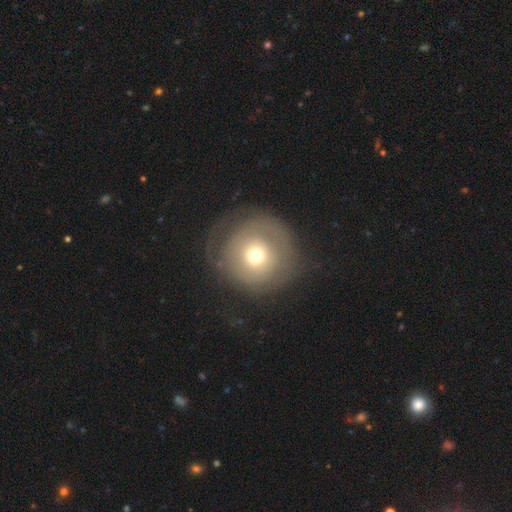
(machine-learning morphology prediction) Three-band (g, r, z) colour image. It shows a smooth galaxy with no disk features (53%) that is round (94%). Merging: none (62%).